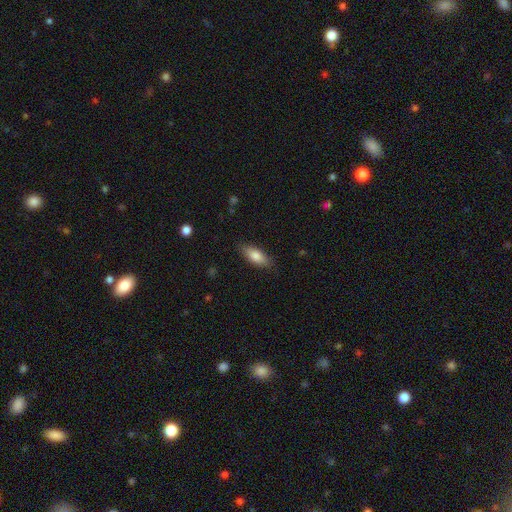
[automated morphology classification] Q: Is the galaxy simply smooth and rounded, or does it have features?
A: smooth — 82%.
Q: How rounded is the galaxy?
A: in between — 78%.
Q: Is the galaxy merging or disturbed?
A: none — 84%.